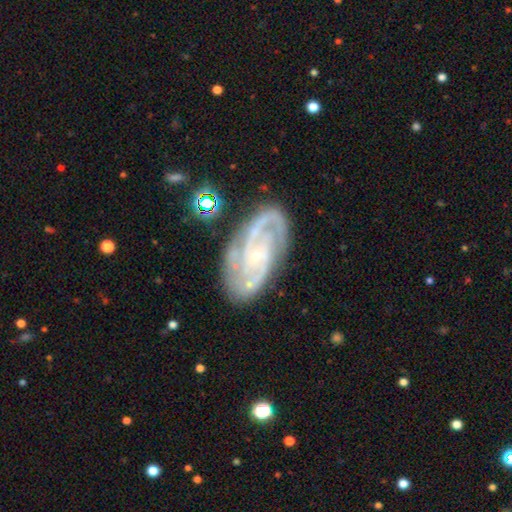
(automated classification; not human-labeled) Smooth or featured? featured or disk (88%)
Edge-on disk? no (96%)
Bar? no (60%)
Spiral arms? yes (97%)
Spiral winding? tight (45%)
Spiral arm count? 2 (54%)
Bulge size? small (84%)
Merging? none (75%)